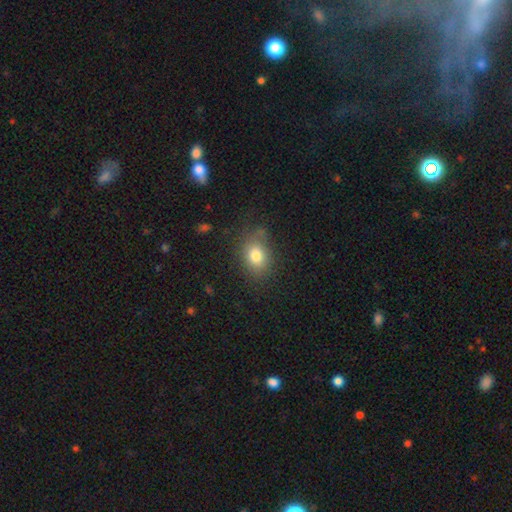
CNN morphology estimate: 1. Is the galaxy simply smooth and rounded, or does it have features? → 79% smooth, 10% star or artifact, 10% featured or disk.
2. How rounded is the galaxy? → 65% in between, 34% round, 1% cigar-shaped.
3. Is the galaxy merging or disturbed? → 73% none, 19% minor disturbance, 6% major disturbance, 2% merger.